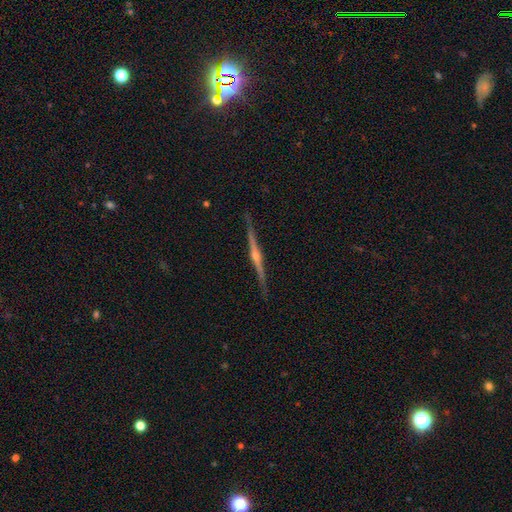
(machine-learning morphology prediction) Smooth or featured? Predicted: featured or disk (p=0.87). Edge-on disk? Predicted: yes (p=0.99). Edge-on bulge? Predicted: rounded (p=0.89). Merging? Predicted: none (p=0.90).